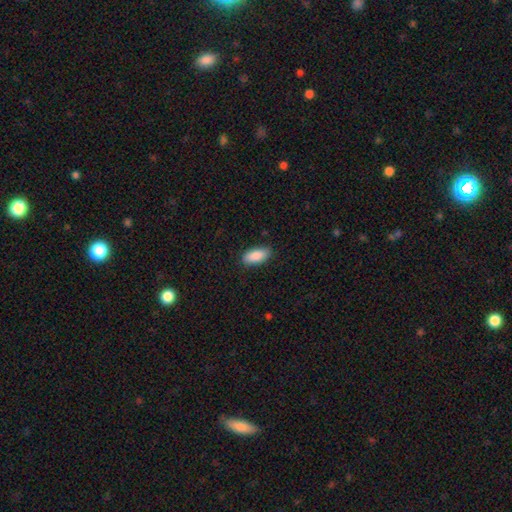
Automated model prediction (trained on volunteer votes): smooth 89%, star or artifact 6%, featured or disk 5%. Down the decision tree: how rounded — in between (89%); merging — none (87%).